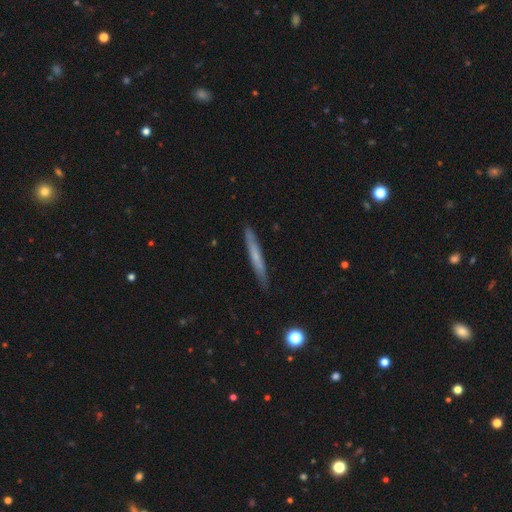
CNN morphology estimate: This appears to be a smooth galaxy with no disk features (54%) that is cigar-shaped (96%). Merging: none (88%).